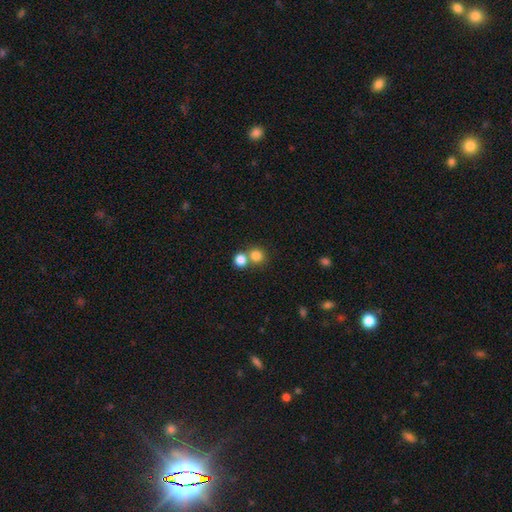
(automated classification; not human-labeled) A smooth galaxy with no disk features (82%) that is round (88%).

Vote fractions:
- Smooth or featured? smooth: 82% / star or artifact: 12% / featured or disk: 7%
- How rounded? round: 88% / in between: 11% / cigar-shaped: 1%
- Merging? none: 51% / merger: 41% / minor disturbance: 5% / major disturbance: 2%